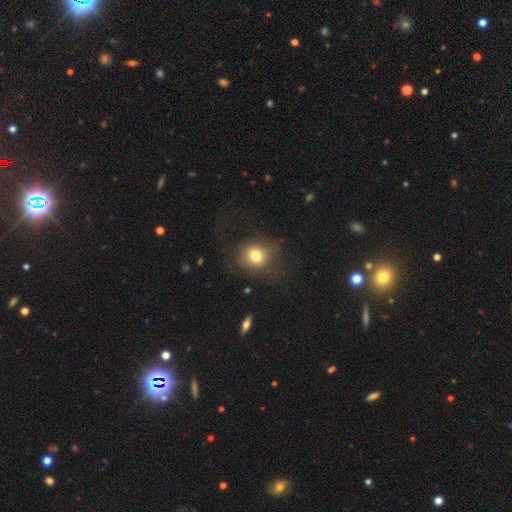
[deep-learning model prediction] The model was most divided on "merging": none: 66%, minor disturbance: 19%, major disturbance: 13%, merger: 2%. More confident: how rounded — round (82%); smooth or featured — smooth (76%).